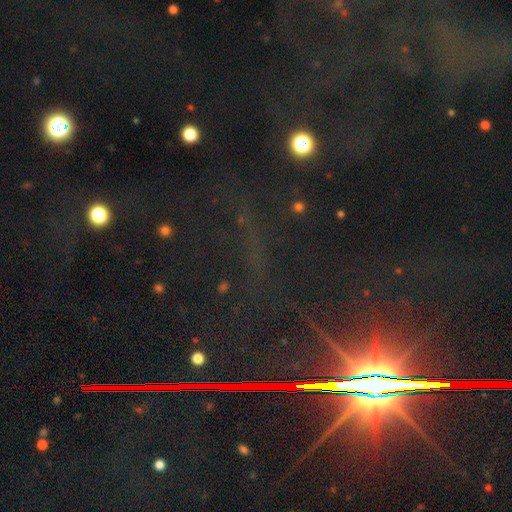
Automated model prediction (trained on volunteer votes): star or artifact 82%, featured or disk 11%, smooth 7%.